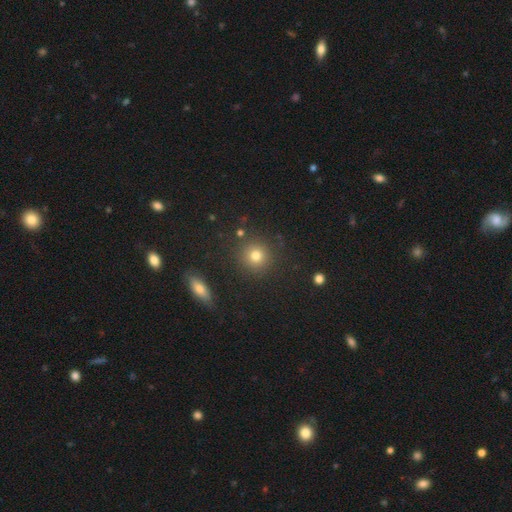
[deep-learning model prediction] The model was most divided on "smooth or featured": smooth: 77%, star or artifact: 15%, featured or disk: 7%. More confident: how rounded — round (92%); merging — none (87%).